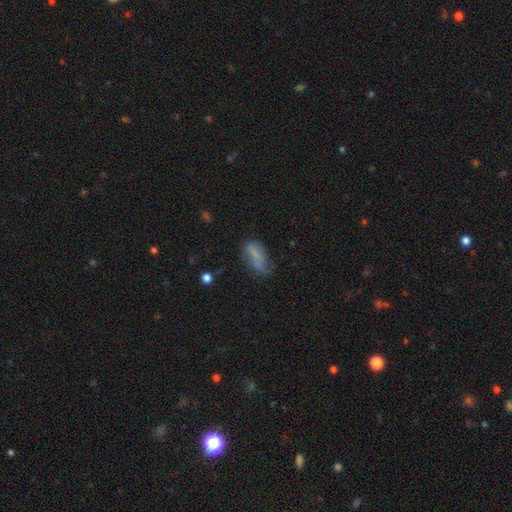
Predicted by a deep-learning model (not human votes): This appears to be a smooth galaxy with no disk features (67%) that is in between round and cigar-shaped (80%). Merging: none (43%).